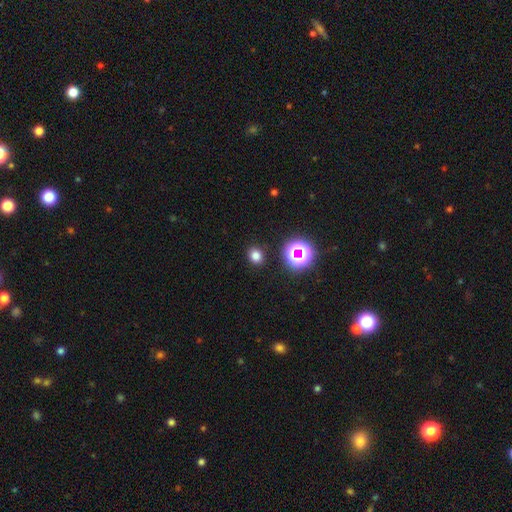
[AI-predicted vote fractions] Smooth or featured: smooth — 75% (star or artifact — 19%)
How rounded: round — 70% (in between — 29%)
Merging: none — 90% (minor disturbance — 6%)